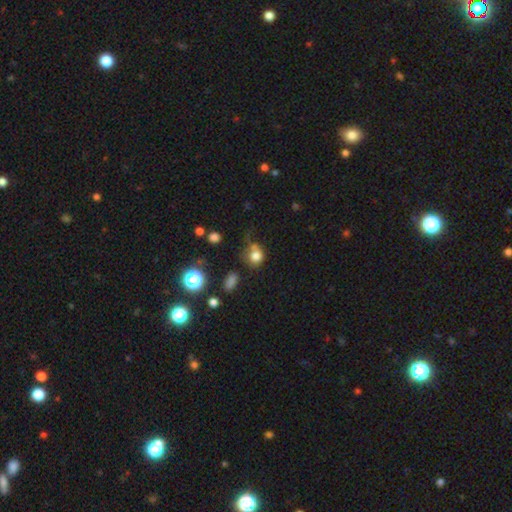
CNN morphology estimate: A smooth galaxy with no disk features (76%) that is round (74%).

Vote fractions:
- Smooth or featured? smooth: 76% / star or artifact: 14% / featured or disk: 10%
- How rounded? round: 74% / in between: 25% / cigar-shaped: 1%
- Merging? none: 46% / minor disturbance: 23% / merger: 16% / major disturbance: 15%